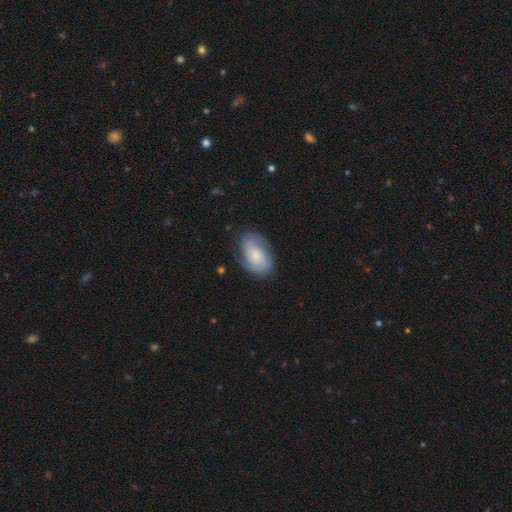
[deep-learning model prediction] Overall: featured or disk (57%; smooth 36%). Edge-on disk: no (96%). Bar: no (70%). Spiral arms: yes (87%). Bulge size: small (60%; moderate 31%). Merging: none (71%).